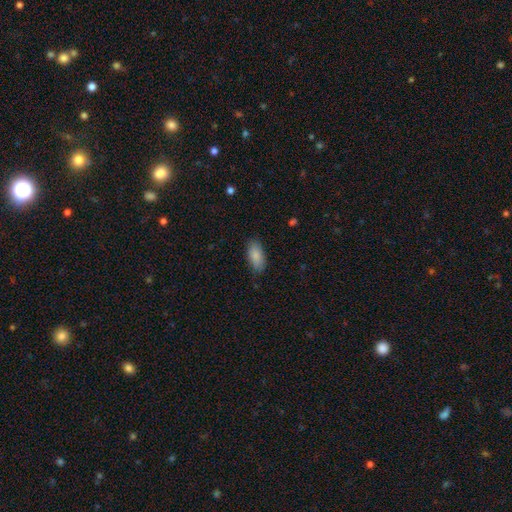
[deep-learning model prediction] This is clearly a smooth galaxy (87%). How rounded: clearly in between (89%). Merging: clearly none (83%).